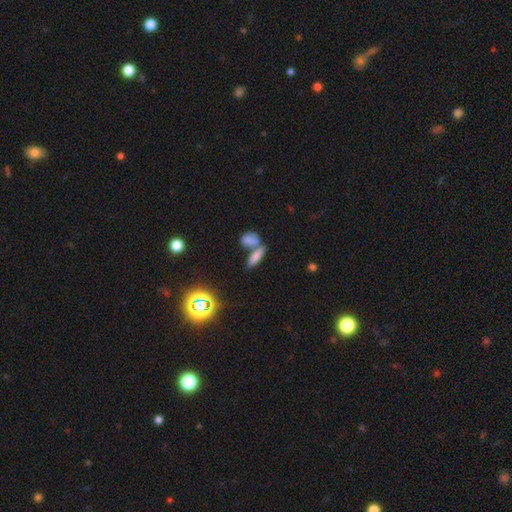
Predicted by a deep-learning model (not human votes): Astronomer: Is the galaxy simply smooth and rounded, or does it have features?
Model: smooth — 66%.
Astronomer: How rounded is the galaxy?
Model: in between — 48% (runner-up: cigar-shaped, 44%).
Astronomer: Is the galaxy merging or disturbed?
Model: merger — 48% (runner-up: none, 40%).